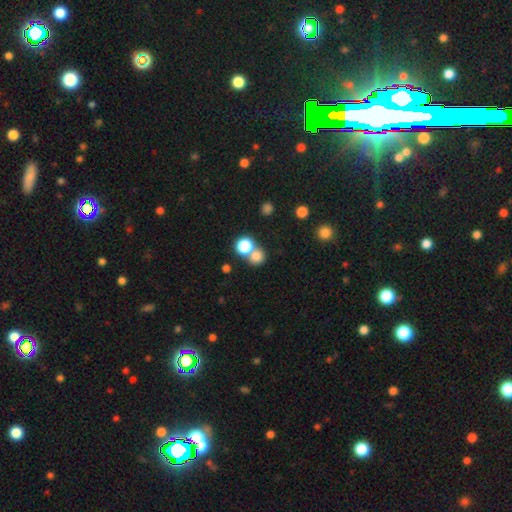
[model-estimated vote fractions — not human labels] A smooth galaxy with no disk features (76%) that is round (86%). Merging: none (52%).